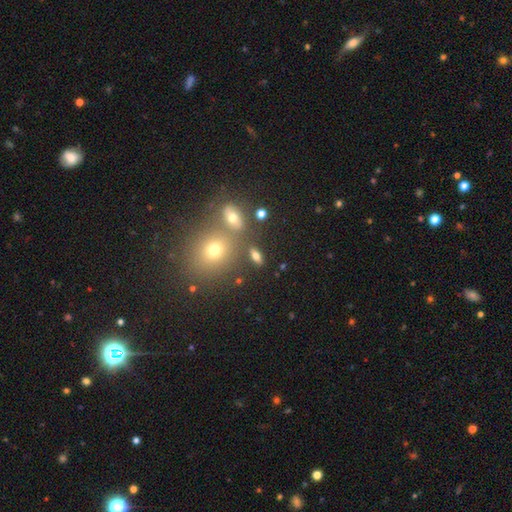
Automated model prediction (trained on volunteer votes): This appears to be a smooth galaxy with no disk features (68%) that is in between round and cigar-shaped (72%). Merging: none (74%).